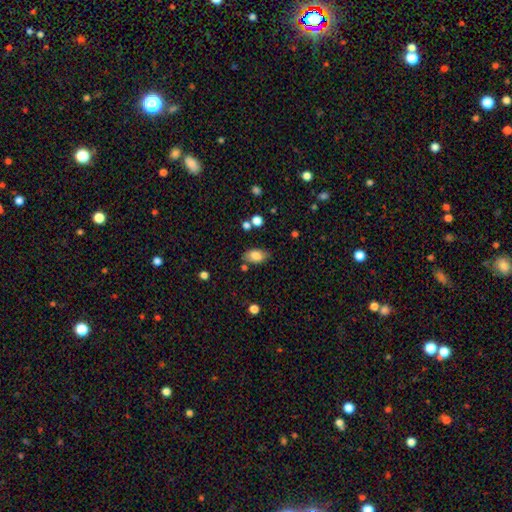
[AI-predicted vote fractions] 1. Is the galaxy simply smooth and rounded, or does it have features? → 82% smooth, 10% featured or disk, 8% star or artifact.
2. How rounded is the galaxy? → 90% in between, 7% round, 2% cigar-shaped.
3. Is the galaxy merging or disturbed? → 75% none, 16% minor disturbance, 6% merger, 4% major disturbance.